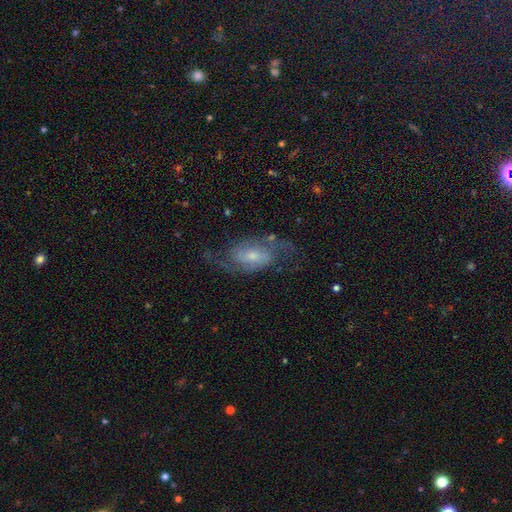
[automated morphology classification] This appears to be a featured or disk galaxy (75%) with a weak bar (47%), 2 (87%) medium (53%) spiral arms (95%) and a small central bulge (52%). Merging: none (76%).